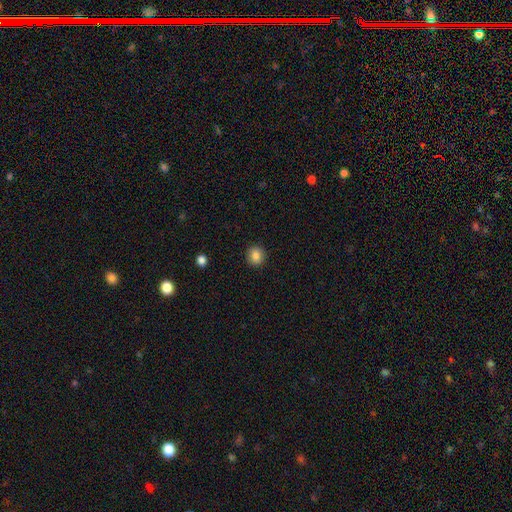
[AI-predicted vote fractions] The model was most divided on "how rounded": round: 79%, in between: 20%, cigar-shaped: 1%. More confident: merging — none (91%); smooth or featured — smooth (85%).